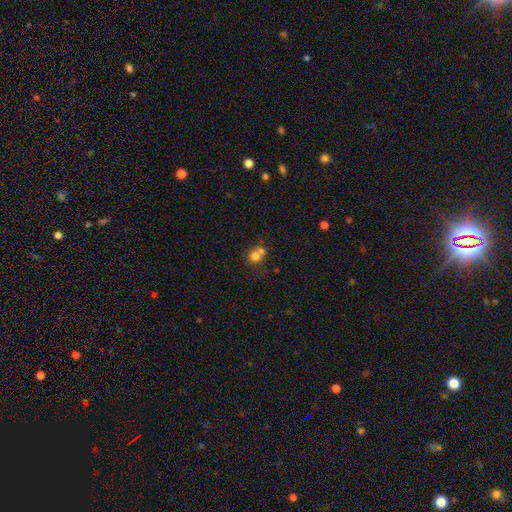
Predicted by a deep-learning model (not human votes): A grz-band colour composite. It shows a smooth galaxy with no disk features (73%) that is round (81%). Merging: merger (51%).